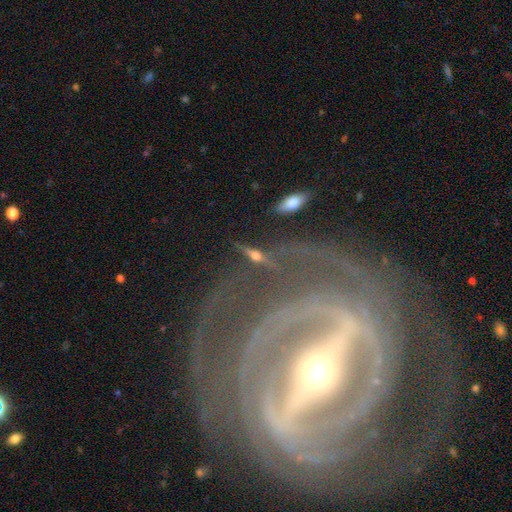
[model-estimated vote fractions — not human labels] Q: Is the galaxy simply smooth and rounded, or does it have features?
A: featured or disk — 61%.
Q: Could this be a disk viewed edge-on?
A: yes — 83%.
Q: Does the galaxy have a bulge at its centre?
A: rounded — 90%.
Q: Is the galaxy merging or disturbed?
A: none — 76%.